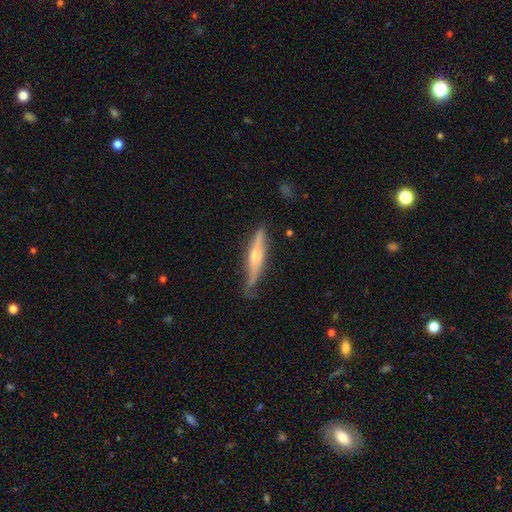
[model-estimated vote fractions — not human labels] Q: Smooth or featured?
A: featured or disk (64%); runner-up: smooth (30%)
Q: Edge-on disk?
A: yes (92%); runner-up: no (8%)
Q: Edge-on bulge?
A: rounded (84%); runner-up: none (9%)
Q: Merging?
A: none (69%); runner-up: minor disturbance (24%)